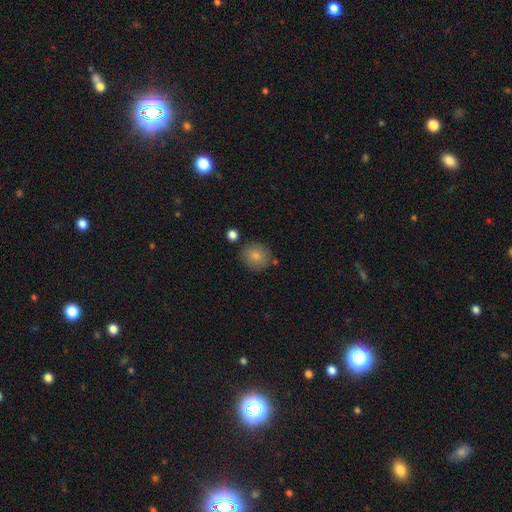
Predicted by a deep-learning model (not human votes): The model was most divided on "merging": none: 81%, minor disturbance: 11%, merger: 5%, major disturbance: 3%. More confident: how rounded — round (85%); smooth or featured — smooth (84%).